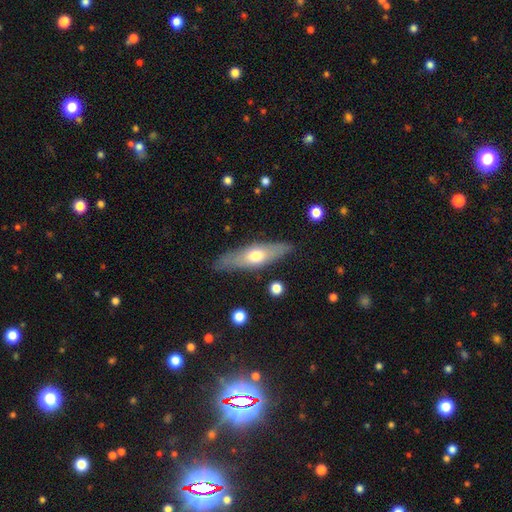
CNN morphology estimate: Smooth or featured? smooth (50%)
How rounded? cigar-shaped (59%)
Merging? none (82%)